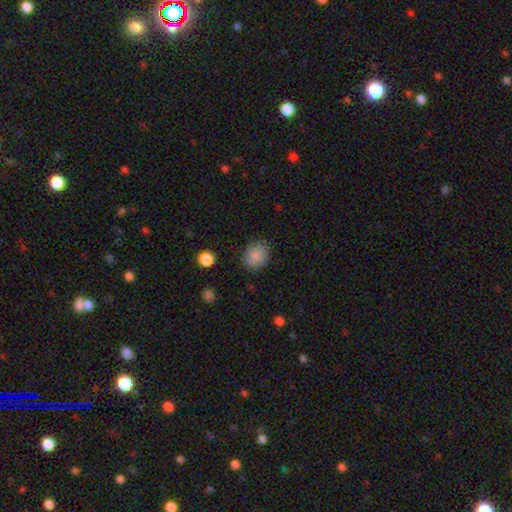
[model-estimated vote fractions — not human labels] This is clearly a smooth galaxy (86%). How rounded: likely round (60%). Merging: clearly none (83%).